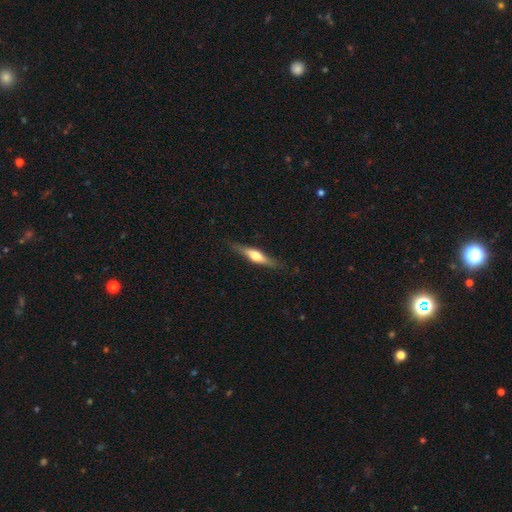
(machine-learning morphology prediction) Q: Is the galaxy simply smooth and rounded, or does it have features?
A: featured or disk — 57%.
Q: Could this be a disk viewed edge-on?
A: yes — 94%.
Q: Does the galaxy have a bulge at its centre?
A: rounded — 90%.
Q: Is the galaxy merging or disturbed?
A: none — 83%.